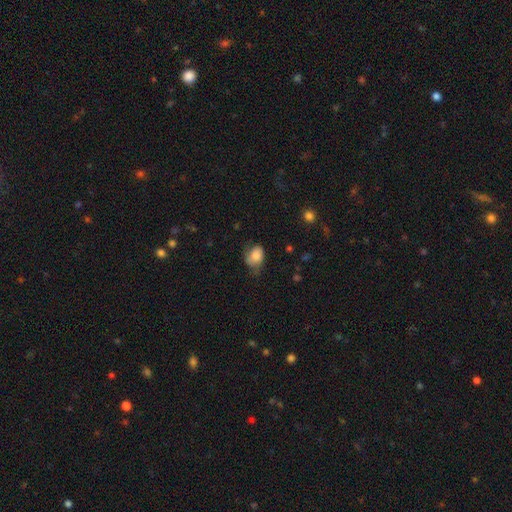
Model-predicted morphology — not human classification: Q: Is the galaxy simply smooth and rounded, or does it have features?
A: smooth — 80%.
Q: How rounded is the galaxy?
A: in between — 67%.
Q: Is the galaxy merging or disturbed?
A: none — 47%.